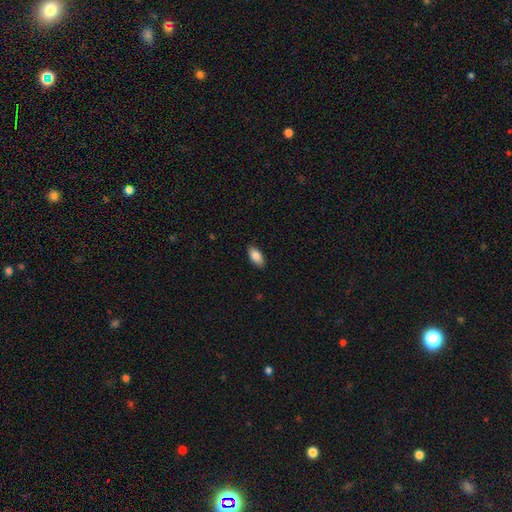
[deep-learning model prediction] smooth-or-featured: smooth: 85% | featured or disk: 8% | star or artifact: 7%
  how-rounded: in between: 91% | cigar-shaped: 6% | round: 3%
  merging: none: 87% | minor disturbance: 10% | major disturbance: 2% | merger: 1%